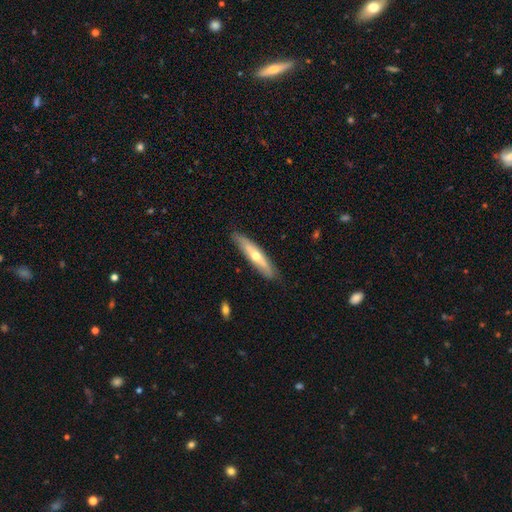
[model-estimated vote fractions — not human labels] This is possibly a featured or disk galaxy (51%). It is likely viewed edge-on (76%). Merging: clearly none (85%).